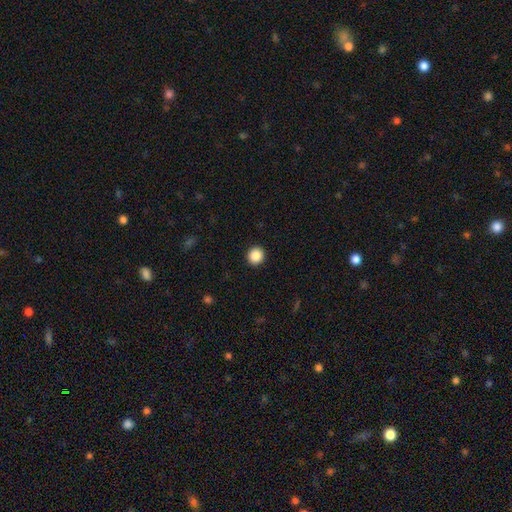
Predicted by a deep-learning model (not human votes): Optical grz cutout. It shows a smooth galaxy with no disk features (87%) that is round (94%). Merging: none (93%).